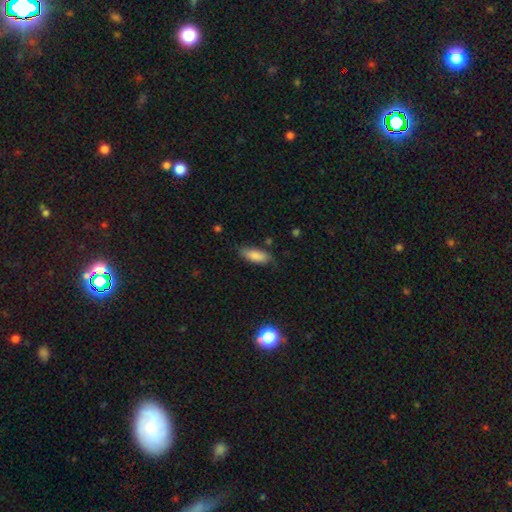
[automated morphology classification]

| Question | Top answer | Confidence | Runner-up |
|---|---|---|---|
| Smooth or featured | smooth | 84% | featured or disk (9%) |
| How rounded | in between | 77% | cigar-shaped (22%) |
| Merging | none | 72% | minor disturbance (21%) |